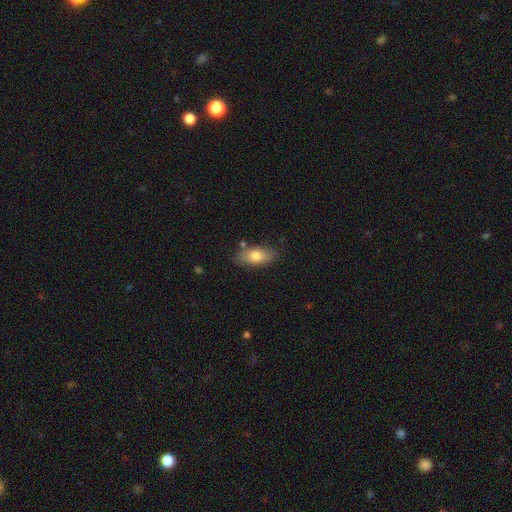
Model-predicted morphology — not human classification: Smooth or featured? Predicted: smooth (p=0.77). How rounded? Predicted: in between (p=0.87). Merging? Predicted: none (p=0.79).